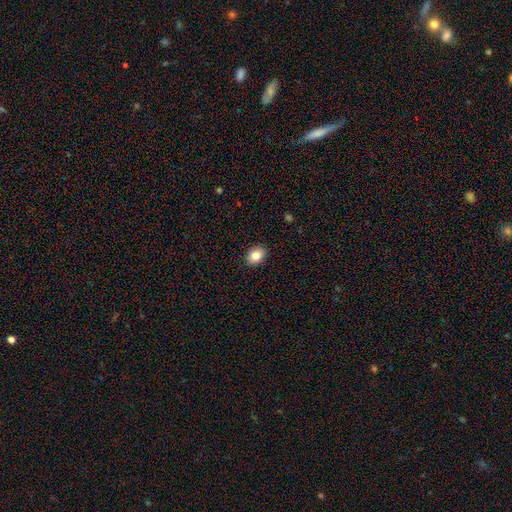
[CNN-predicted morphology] This is clearly a smooth galaxy (84%). How rounded: likely in between (69%). Merging: clearly none (90%).